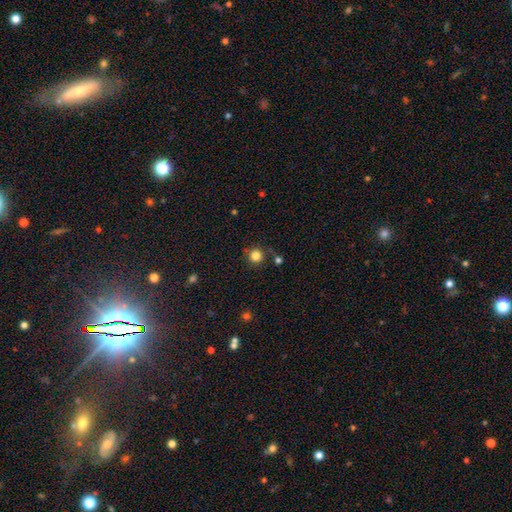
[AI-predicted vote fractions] Overall: smooth (82%). How rounded: round (94%). Merging: none (81%).